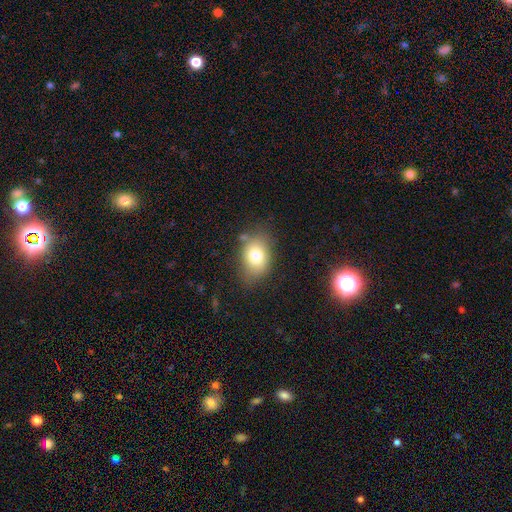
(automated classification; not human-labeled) Overall: smooth (76%). How rounded: in between (72%). Merging: none (71%).